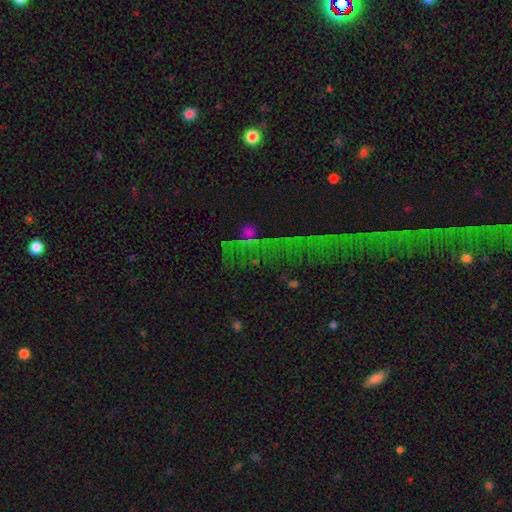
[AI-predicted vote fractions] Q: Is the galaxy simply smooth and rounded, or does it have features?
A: star or artifact — 80%.